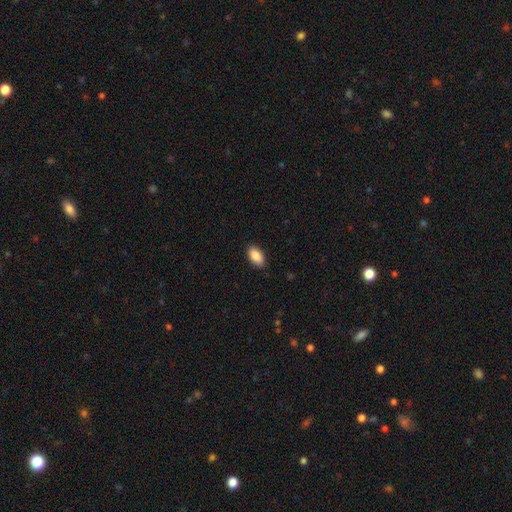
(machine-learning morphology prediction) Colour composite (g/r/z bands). It shows a smooth galaxy with no disk features (88%) that is in between round and cigar-shaped (93%). Merging: none (89%).